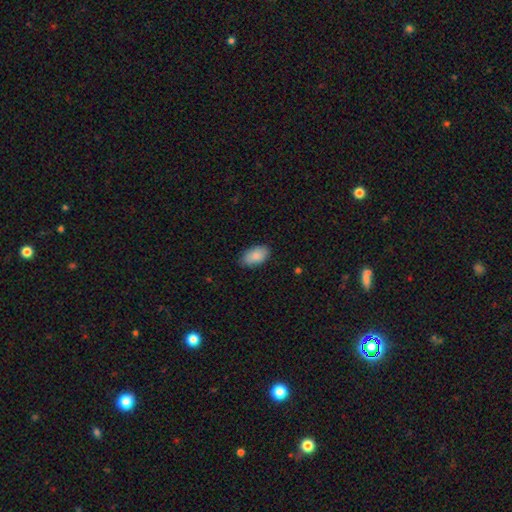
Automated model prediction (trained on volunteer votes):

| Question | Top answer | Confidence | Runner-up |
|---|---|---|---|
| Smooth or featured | smooth | 86% | featured or disk (7%) |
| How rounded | in between | 94% | round (4%) |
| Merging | none | 85% | minor disturbance (12%) |